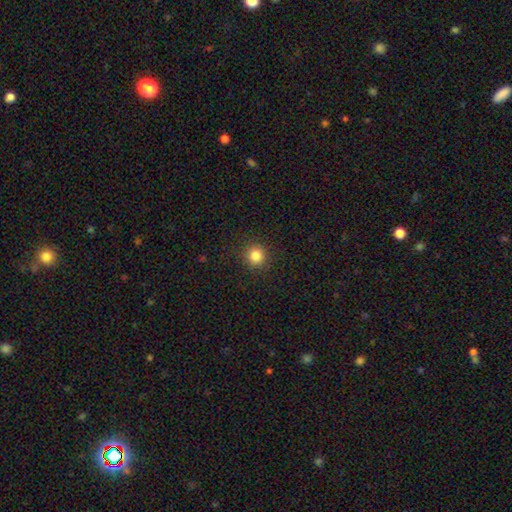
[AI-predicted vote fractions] Smooth or featured: smooth — 83% (star or artifact — 12%)
How rounded: round — 93% (in between — 6%)
Merging: none — 92% (minor disturbance — 5%)